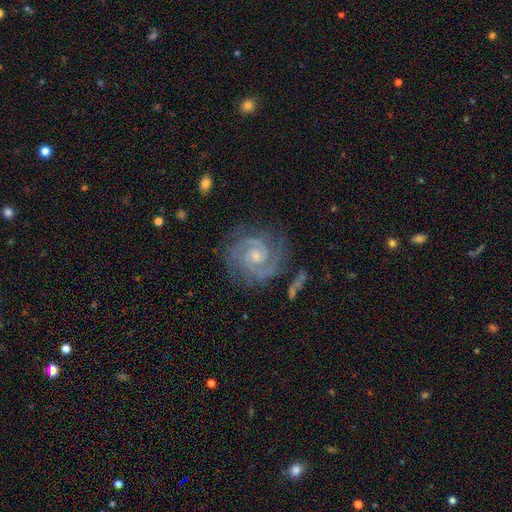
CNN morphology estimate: Overall: featured or disk (92%). Edge-on disk: no (98%). Bar: no (64%; weak 29%). Spiral arms: yes (98%). Spiral arm count: 2 (77%). Spiral winding: tight (67%; medium 29%). Bulge size: small (68%). Merging: none (77%).